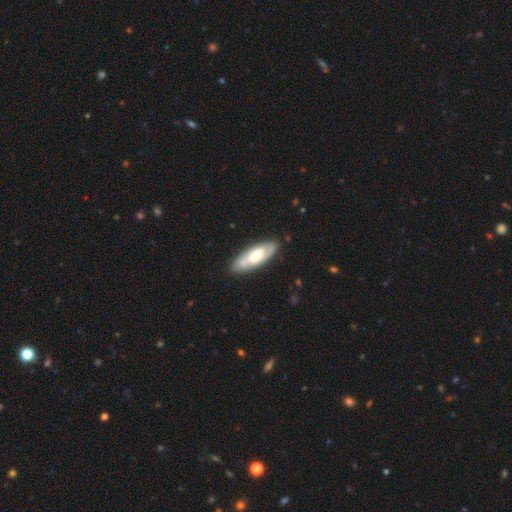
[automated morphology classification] Q: Smooth or featured?
A: smooth (48%); runner-up: featured or disk (47%)
Q: Merging?
A: none (80%); runner-up: minor disturbance (14%)